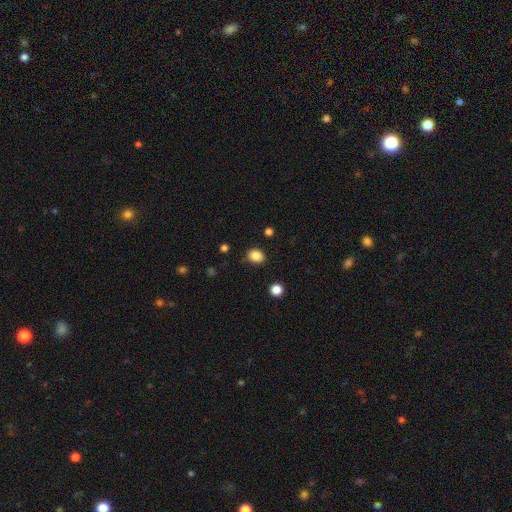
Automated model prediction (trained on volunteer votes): Smooth or featured? smooth (85%)
How rounded? in between (50%)
Merging? none (85%)